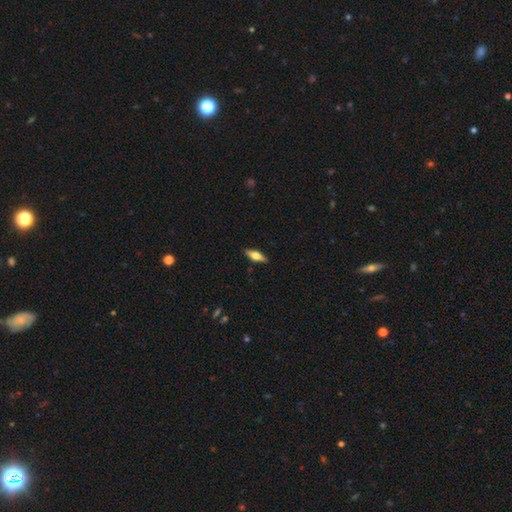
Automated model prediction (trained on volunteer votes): smooth 49%, featured or disk 45%, star or artifact 6%. Down the decision tree: merging — none (89%).